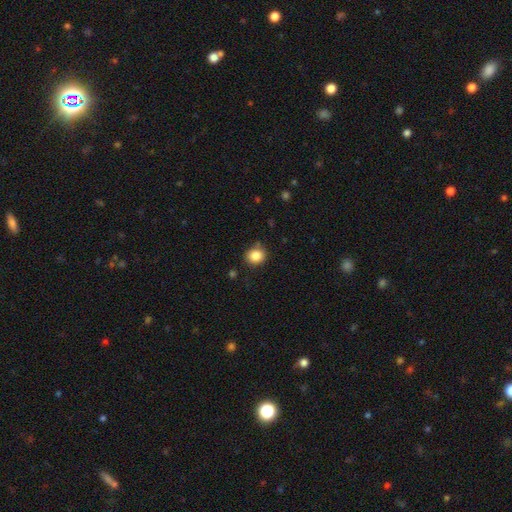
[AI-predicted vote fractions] Smooth or featured: smooth — 86% (star or artifact — 10%)
How rounded: round — 75% (in between — 24%)
Merging: none — 82% (minor disturbance — 13%)